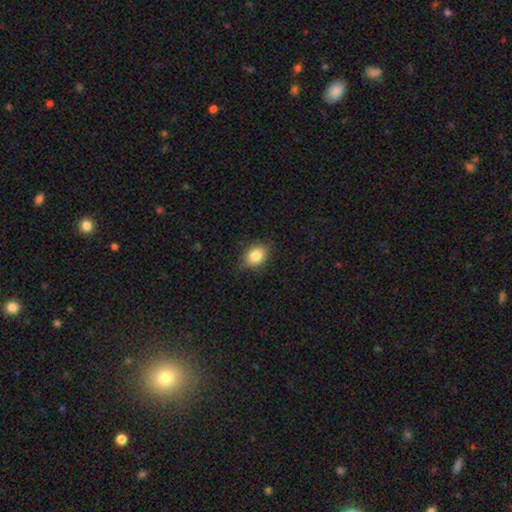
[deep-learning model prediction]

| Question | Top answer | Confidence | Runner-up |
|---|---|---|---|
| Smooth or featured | smooth | 83% | star or artifact (9%) |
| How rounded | in between | 65% | round (34%) |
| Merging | none | 81% | minor disturbance (15%) |